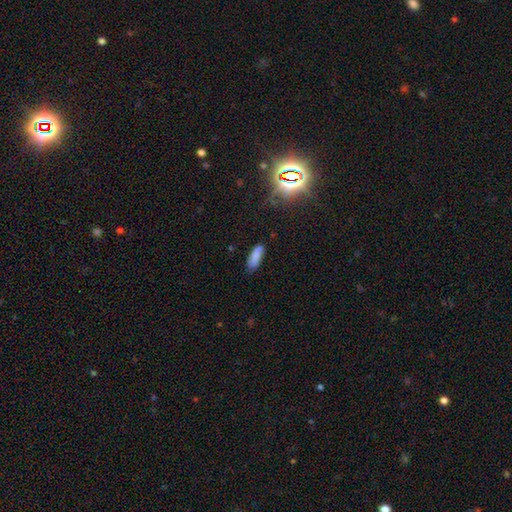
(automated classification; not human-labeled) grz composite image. It shows a smooth galaxy with no disk features (83%) that is in between round and cigar-shaped (59%). Merging: none (73%).